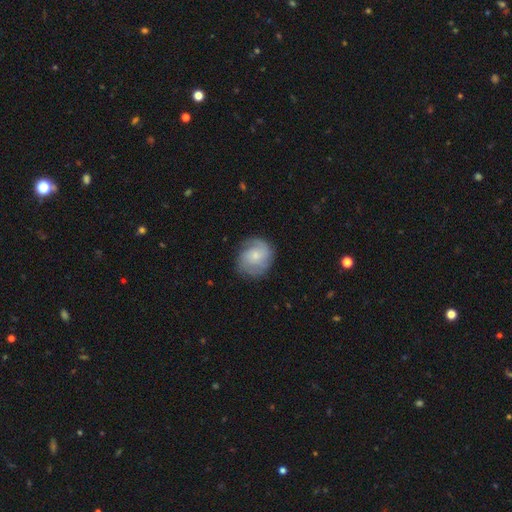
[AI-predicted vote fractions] Q: Smooth or featured?
A: featured or disk (58%); runner-up: smooth (36%)
Q: Edge-on disk?
A: no (98%); runner-up: yes (2%)
Q: Bar?
A: no (68%); runner-up: weak (28%)
Q: Spiral arms?
A: yes (89%); runner-up: no (11%)
Q: Spiral winding?
A: tight (42%); runner-up: medium (40%)
Q: Spiral arm count?
A: 2 (43%); runner-up: can't tell (26%)
Q: Bulge size?
A: small (59%); runner-up: moderate (31%)
Q: Merging?
A: none (73%); runner-up: minor disturbance (18%)